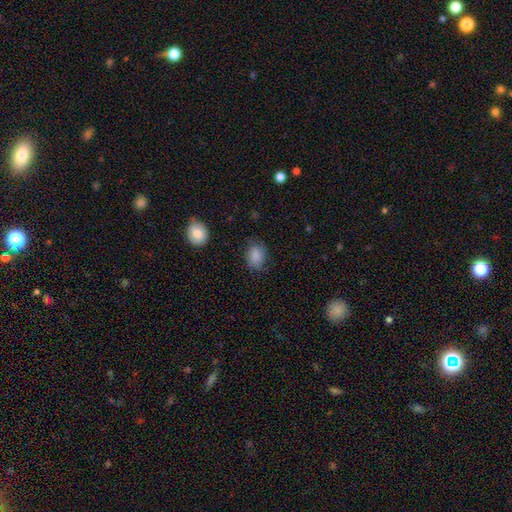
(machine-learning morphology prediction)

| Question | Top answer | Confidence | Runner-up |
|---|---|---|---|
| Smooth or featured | smooth | 86% | star or artifact (8%) |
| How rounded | in between | 62% | round (37%) |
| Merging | none | 75% | minor disturbance (19%) |